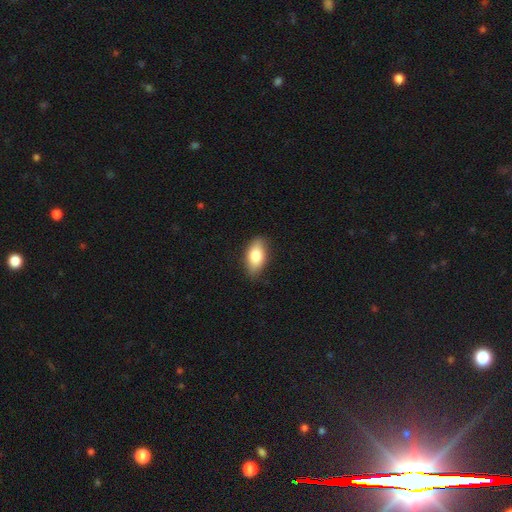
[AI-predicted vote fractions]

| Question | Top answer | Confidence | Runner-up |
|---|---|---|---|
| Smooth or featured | smooth | 81% | featured or disk (13%) |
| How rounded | in between | 89% | cigar-shaped (7%) |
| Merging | none | 84% | minor disturbance (13%) |